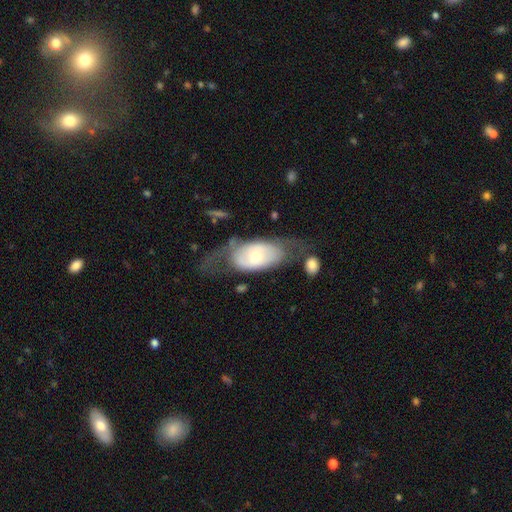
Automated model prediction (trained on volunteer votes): Morphology: type=featured or disk (53%); edge-on=no (88%); merging=none (39%).